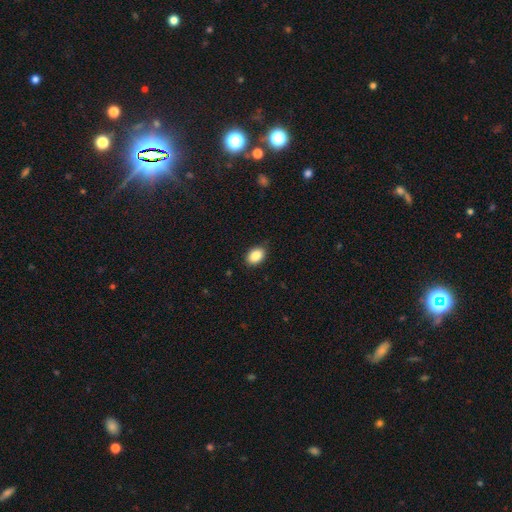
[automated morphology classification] type=smooth (88%); roundness=in between (82%); merging=none (84%).